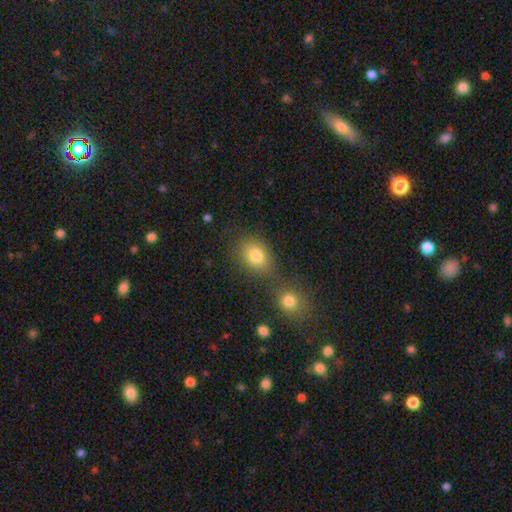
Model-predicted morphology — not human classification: This is clearly a smooth galaxy (80%). How rounded: possibly in between (58%). Merging: possibly none (58%).